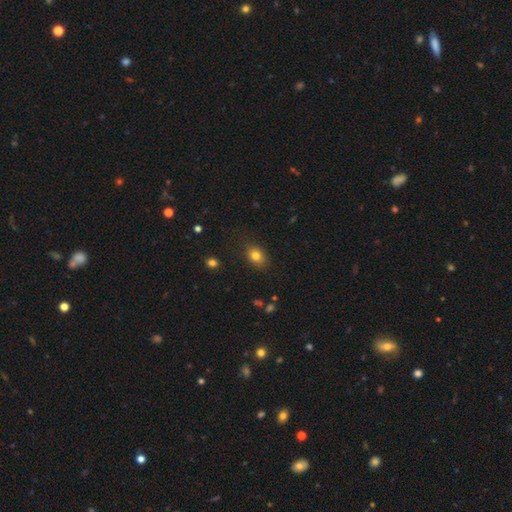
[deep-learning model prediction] Smooth or featured? smooth (79%)
How rounded? in between (60%)
Merging? none (81%)